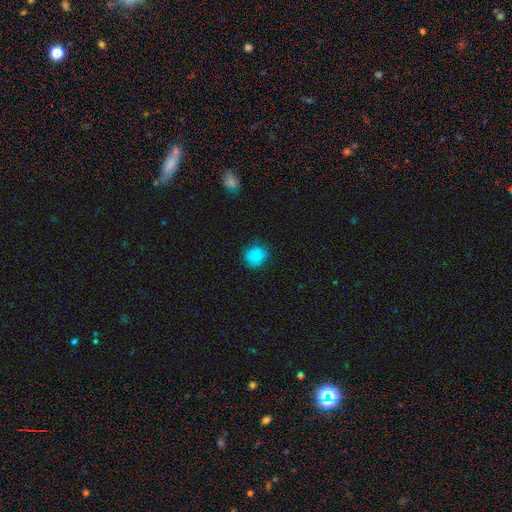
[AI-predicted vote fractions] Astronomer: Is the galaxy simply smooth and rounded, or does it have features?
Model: smooth — 84%.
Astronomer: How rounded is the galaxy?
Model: round — 81%.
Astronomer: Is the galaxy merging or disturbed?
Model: none — 79%.